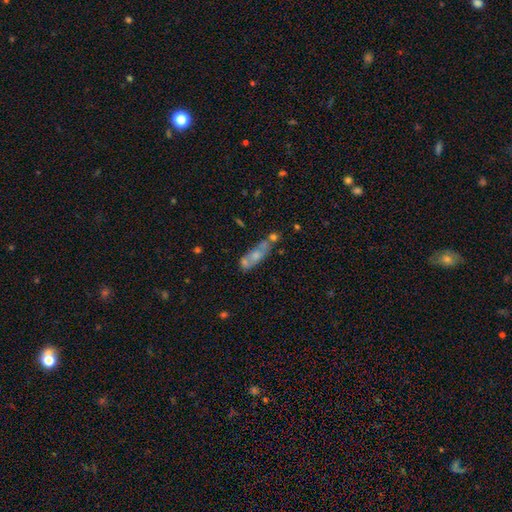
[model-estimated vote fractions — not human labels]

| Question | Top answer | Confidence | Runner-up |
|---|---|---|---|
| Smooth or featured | smooth | 54% | featured or disk (37%) |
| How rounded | in between | 57% | cigar-shaped (36%) |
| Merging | none | 39% | merger (32%) |